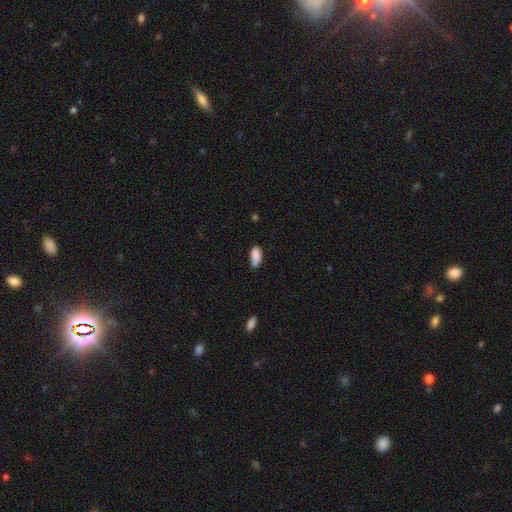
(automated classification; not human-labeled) Smooth or featured? smooth (86%)
How rounded? in between (82%)
Merging? none (62%)